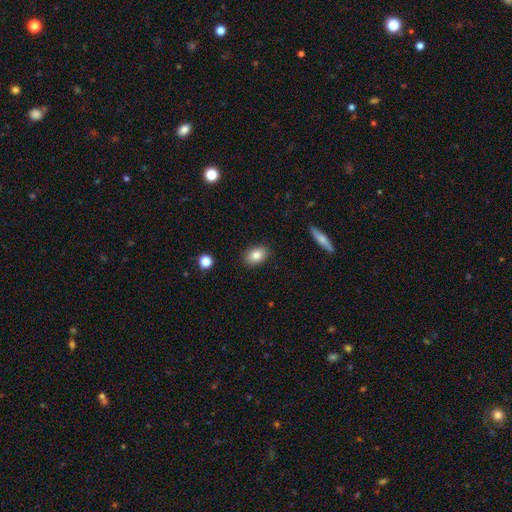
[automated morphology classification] The model was most divided on "how rounded": in between: 83%, round: 15%, cigar-shaped: 2%. More confident: merging — none (88%); smooth or featured — smooth (83%).